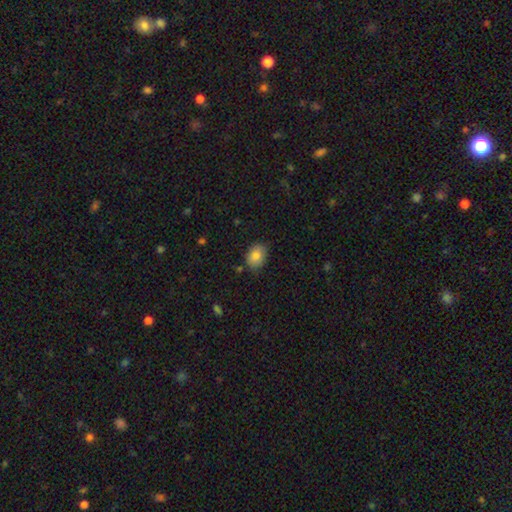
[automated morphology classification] smooth 83%, featured or disk 9%, star or artifact 8%. Down the decision tree: how rounded — in between (71%); merging — none (80%).